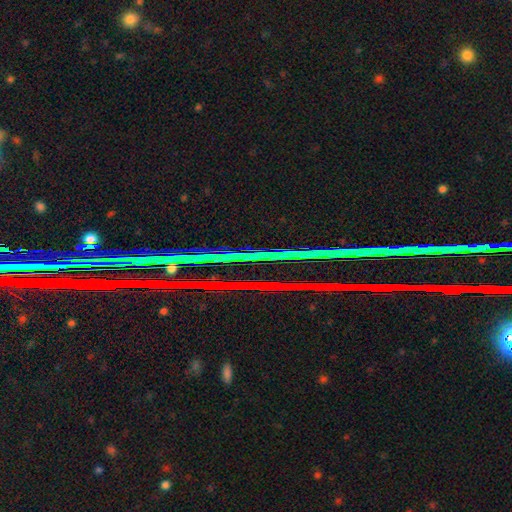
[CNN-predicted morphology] The model was most divided on "smooth or featured": star or artifact: 84%, featured or disk: 9%, smooth: 7%.